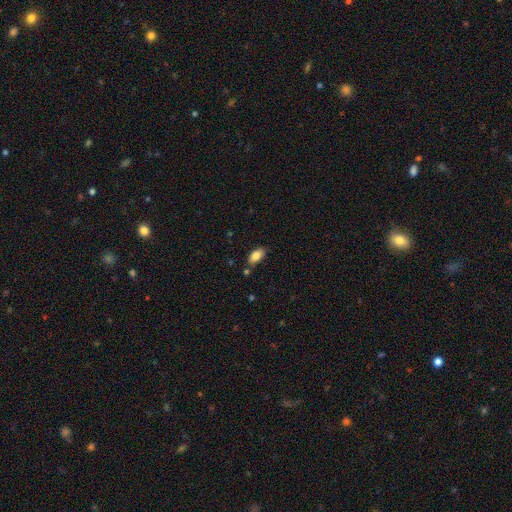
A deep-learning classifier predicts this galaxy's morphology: This is clearly a smooth galaxy (82%). How rounded: clearly in between (90%). Merging: likely none (74%).